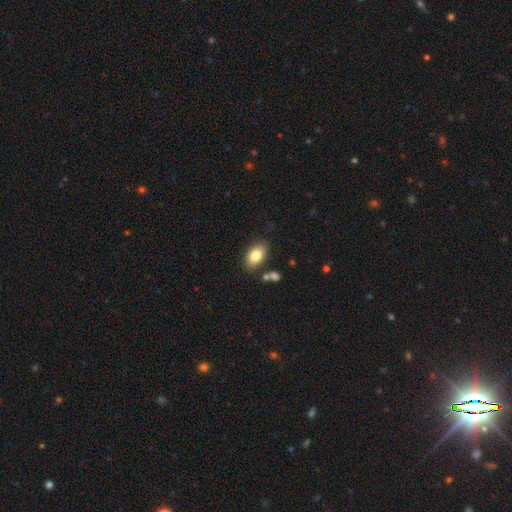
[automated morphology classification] This appears to be a smooth galaxy with no disk features (80%) that is in between round and cigar-shaped (89%). Merging: none (80%).